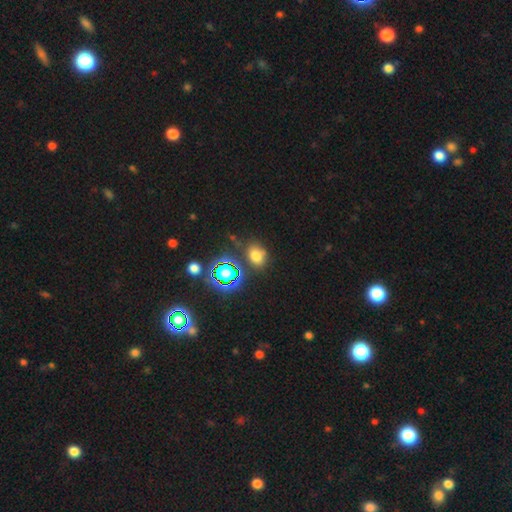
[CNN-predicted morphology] Q: Smooth or featured?
A: smooth (63%); runner-up: star or artifact (29%)
Q: How rounded?
A: in between (61%); runner-up: round (38%)
Q: Merging?
A: none (73%); runner-up: minor disturbance (15%)